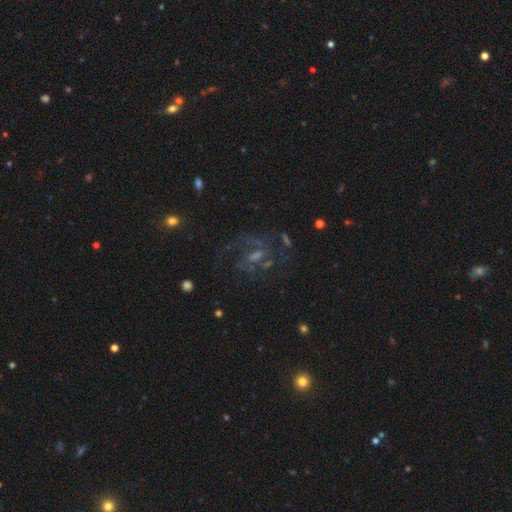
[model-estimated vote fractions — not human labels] The model was most divided on "bulge size": small: 40%, moderate: 32%, none: 21%, large: 5%, dominant: 2%. Remaining: edge-on disk — no (96%); spiral arms — yes (87%); smooth or featured — featured or disk (68%); merging — none (58%); spiral winding — medium (51%); bar — weak (49%); spiral arm count — 2 (49%).